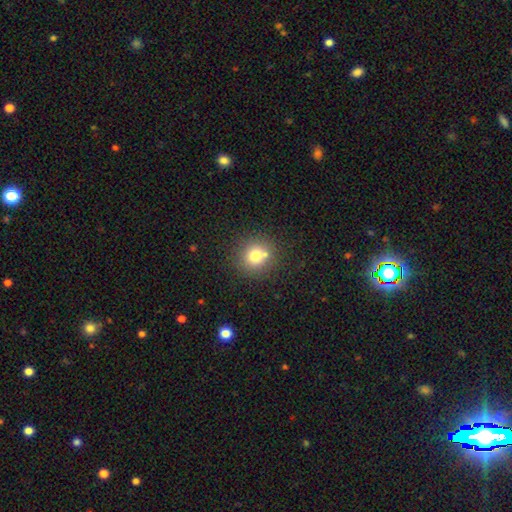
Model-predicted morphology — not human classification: Smooth or featured? smooth (74%)
How rounded? round (89%)
Merging? none (71%)